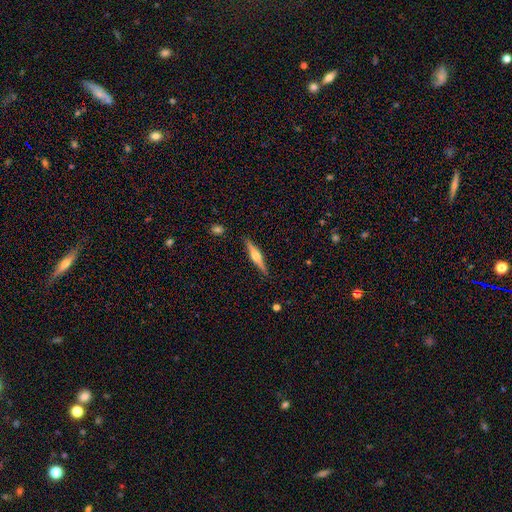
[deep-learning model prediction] smooth-or-featured: featured or disk: 67% | smooth: 27% | star or artifact: 6%
  disk-edge-on: yes: 98% | no: 2%
    edge-on-bulge: rounded: 89% | boxy: 7% | none: 3%
  merging: none: 90% | minor disturbance: 7% | major disturbance: 1% | merger: 1%